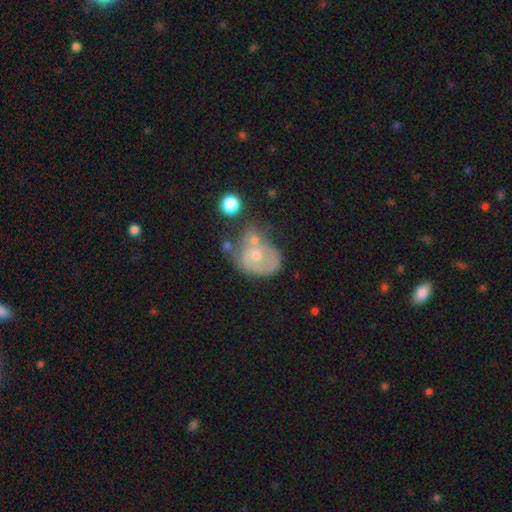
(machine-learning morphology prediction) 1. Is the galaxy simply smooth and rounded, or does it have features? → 55% featured or disk, 35% smooth, 9% star or artifact.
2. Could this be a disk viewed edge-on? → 96% no, 4% yes.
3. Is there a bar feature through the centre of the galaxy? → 80% no, 16% weak, 4% strong.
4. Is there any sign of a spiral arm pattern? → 59% no, 41% yes.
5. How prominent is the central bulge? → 58% moderate, 36% small, 3% none, 3% large, 1% dominant.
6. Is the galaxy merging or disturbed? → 31% none (tied), 31% merger (tied), 23% minor disturbance, 16% major disturbance.